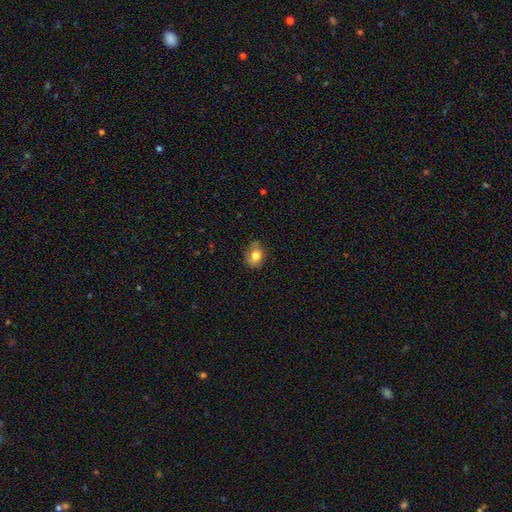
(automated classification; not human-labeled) Smooth or featured? Predicted: smooth (p=0.79). How rounded? Predicted: in between (p=0.50). Merging? Predicted: none (p=0.64).